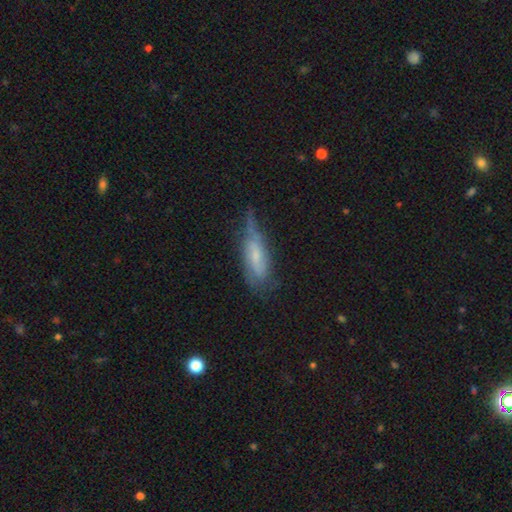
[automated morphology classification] type=featured or disk (49%); merging=none (42%).